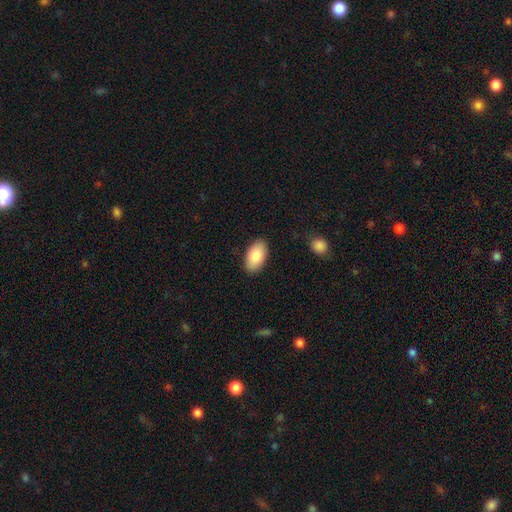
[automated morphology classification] Smooth or featured? smooth (85%)
How rounded? in between (95%)
Merging? none (88%)